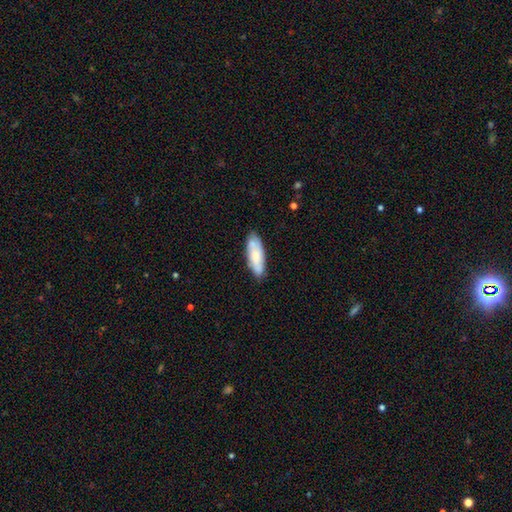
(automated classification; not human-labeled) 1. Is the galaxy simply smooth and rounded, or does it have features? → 67% smooth, 28% featured or disk, 6% star or artifact.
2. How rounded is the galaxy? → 64% in between, 34% cigar-shaped, 2% round.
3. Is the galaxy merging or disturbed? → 76% none, 17% minor disturbance, 4% merger, 3% major disturbance.